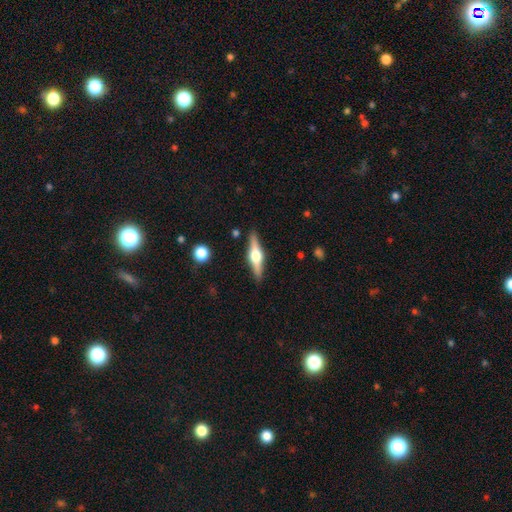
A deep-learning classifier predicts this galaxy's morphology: Smooth or featured?
  - featured or disk: 71% *
  - smooth: 23%
  - star or artifact: 5%
Edge-on disk?
  - yes: 97% *
  - no: 3%
Edge-on bulge?
  - rounded: 94% *
  - boxy: 4%
  - none: 1%
Merging?
  - none: 89% *
  - minor disturbance: 8%
  - major disturbance: 2%
  - merger: 2%